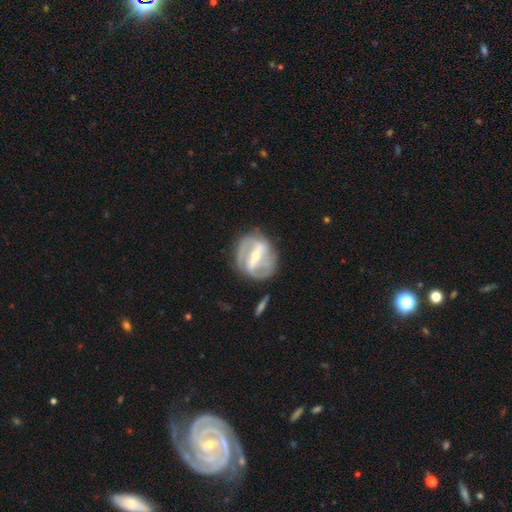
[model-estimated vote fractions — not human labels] Smooth or featured? Predicted: featured or disk (p=0.82). Edge-on disk? Predicted: no (p=0.94). Bar? Predicted: strong (p=0.76). Spiral arms? Predicted: yes (p=0.75). Spiral winding? Predicted: tight (p=0.42). Spiral arm count? Predicted: 2 (p=0.74). Bulge size? Predicted: small (p=0.49). Merging? Predicted: none (p=0.74).